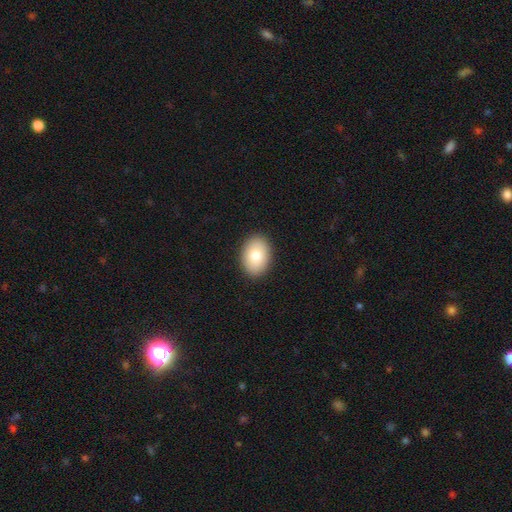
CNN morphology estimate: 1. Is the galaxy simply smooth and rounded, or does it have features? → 80% smooth, 12% featured or disk, 7% star or artifact.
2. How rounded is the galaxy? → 83% in between, 16% round, 1% cigar-shaped.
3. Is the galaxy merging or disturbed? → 90% none, 7% minor disturbance, 2% major disturbance, 1% merger.